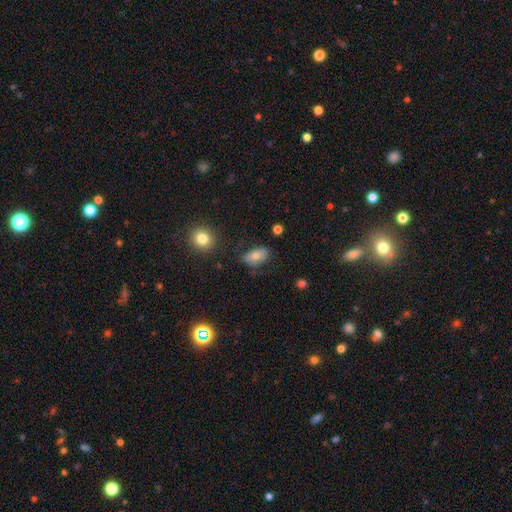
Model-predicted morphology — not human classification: This appears to be a smooth galaxy with no disk features (69%) that is in between round and cigar-shaped (86%). Merging: none (64%).